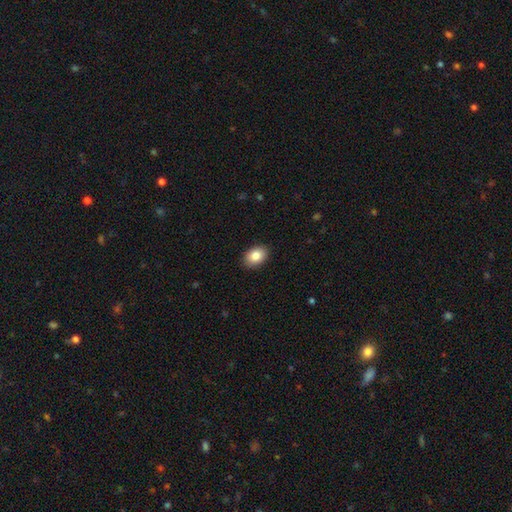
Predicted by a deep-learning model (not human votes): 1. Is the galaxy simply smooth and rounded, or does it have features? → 85% smooth, 8% star or artifact, 7% featured or disk.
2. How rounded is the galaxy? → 82% in between, 17% round, 1% cigar-shaped.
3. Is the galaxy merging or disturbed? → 90% none, 8% minor disturbance, 2% major disturbance, 1% merger.